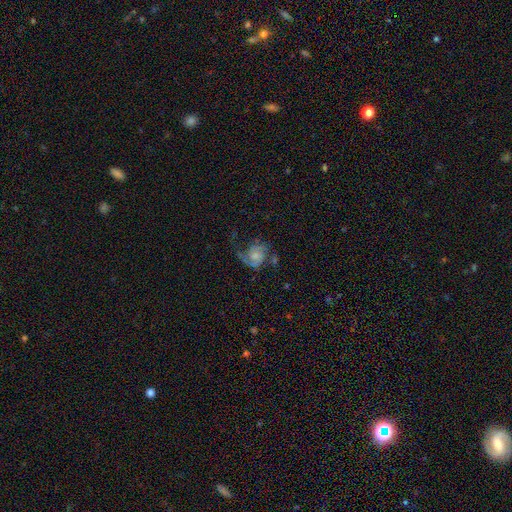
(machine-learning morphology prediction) Smooth or featured?
  - featured or disk: 75% *
  - smooth: 17%
  - star or artifact: 8%
Edge-on disk?
  - no: 98% *
  - yes: 2%
Bar?
  - no: 69% *
  - weak: 27%
  - strong: 4%
Spiral arms?
  - yes: 93% *
  - no: 7%
Spiral winding?
  - medium: 43% *
  - loose: 34%
  - tight: 22%
Spiral arm count?
  - 2: 68% *
  - 1: 19%
  - can't tell: 7%
  - 3: 3%
  - 4: 1%
  - more than 4: 1%
Bulge size?
  - small: 40% *
  - moderate: 35%
  - none: 15%
  - large: 8%
  - dominant: 2%
Merging?
  - none: 44% *
  - major disturbance: 30%
  - minor disturbance: 21%
  - merger: 5%